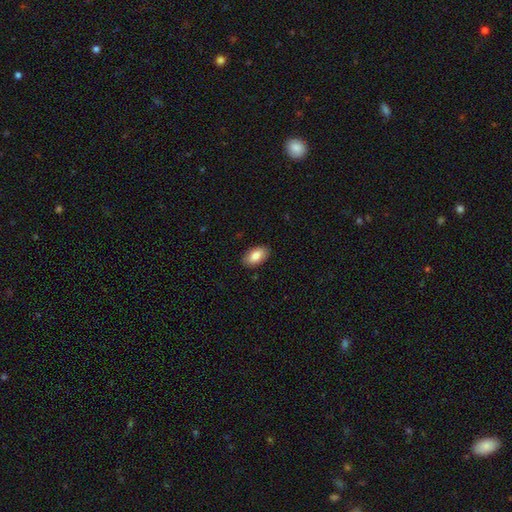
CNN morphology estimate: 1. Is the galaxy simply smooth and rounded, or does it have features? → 85% smooth, 9% featured or disk, 6% star or artifact.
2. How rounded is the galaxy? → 94% in between, 4% round, 2% cigar-shaped.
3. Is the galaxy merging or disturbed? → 89% none, 8% minor disturbance, 2% major disturbance, 1% merger.